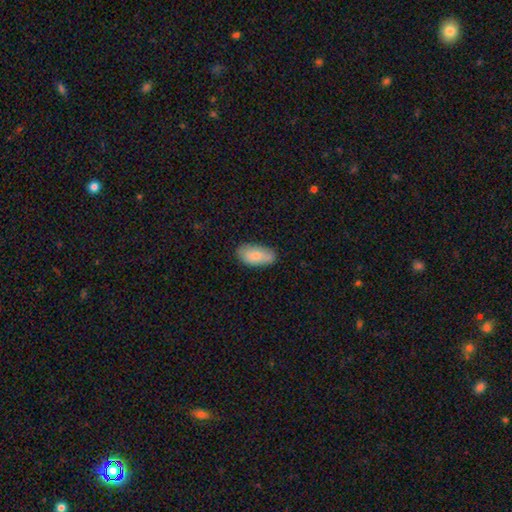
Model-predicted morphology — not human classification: smooth_or_featured: smooth (p=0.80) [alt: featured or disk p=0.13]
how_rounded: in between (p=0.94) [alt: cigar-shaped p=0.04]
merging: none (p=0.81) [alt: minor disturbance p=0.15]